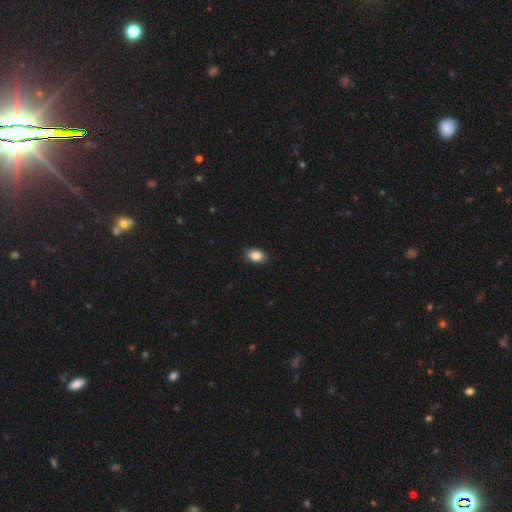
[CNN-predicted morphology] smooth_or_featured: smooth (p=0.87) [alt: star or artifact p=0.08]
how_rounded: in between (p=0.88) [alt: round p=0.10]
merging: none (p=0.88) [alt: minor disturbance p=0.09]